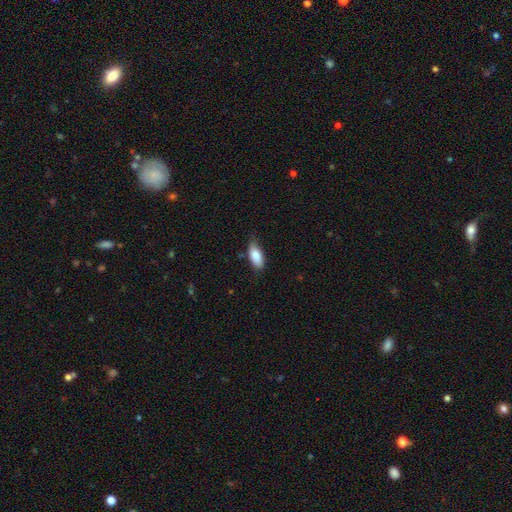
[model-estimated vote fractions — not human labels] smooth_or_featured: smooth (p=0.84) [alt: featured or disk p=0.09]
how_rounded: in between (p=0.87) [alt: cigar-shaped p=0.11]
merging: none (p=0.64) [alt: minor disturbance p=0.29]